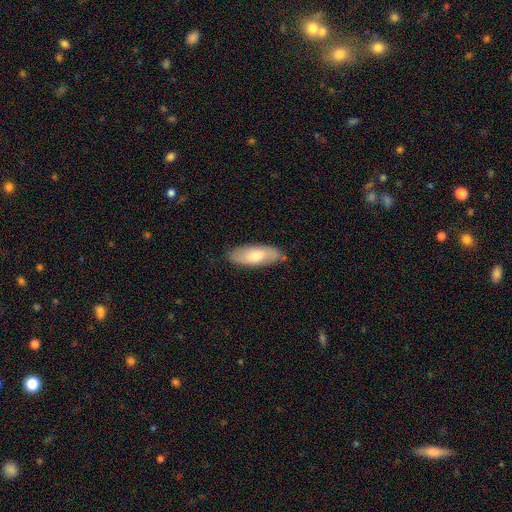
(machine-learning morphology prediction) smooth-or-featured: smooth: 63% | featured or disk: 31% | star or artifact: 6%
  how-rounded: in between: 76% | cigar-shaped: 22% | round: 2%
  merging: none: 82% | minor disturbance: 15% | major disturbance: 2% | merger: 1%